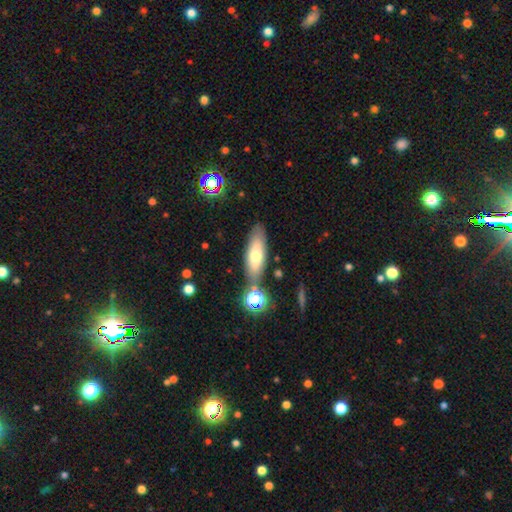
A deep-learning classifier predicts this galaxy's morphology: type=smooth (63%); roundness=in between (60%); merging=none (74%).